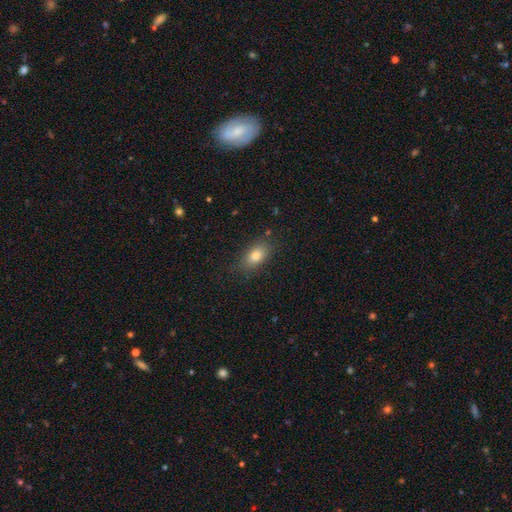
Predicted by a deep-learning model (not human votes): This is likely a smooth galaxy (80%). How rounded: clearly in between (86%). Merging: clearly none (83%).